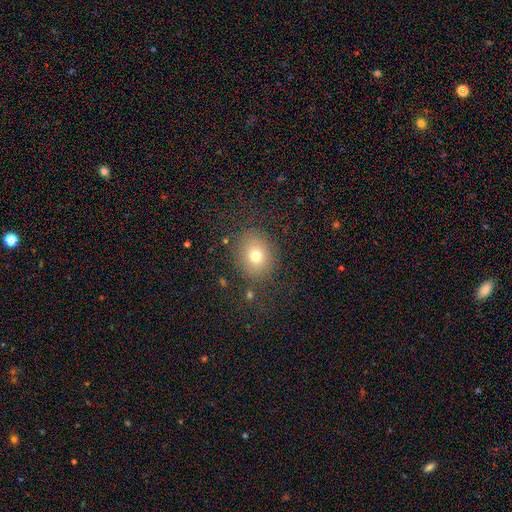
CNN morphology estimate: The model was most divided on "how rounded": round: 64%, in between: 35%, cigar-shaped: 1%. More confident: merging — none (80%); smooth or featured — smooth (72%).